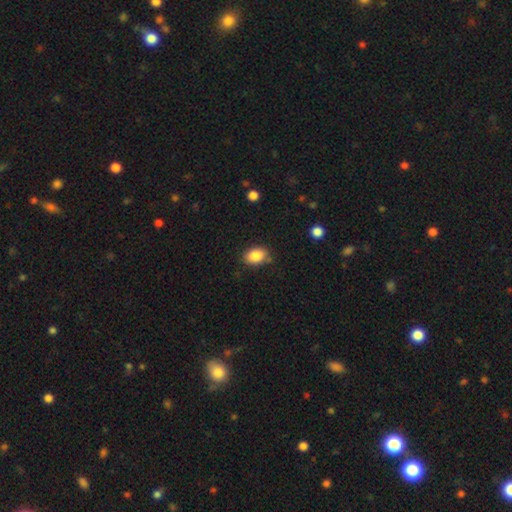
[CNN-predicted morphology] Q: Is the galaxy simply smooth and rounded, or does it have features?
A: smooth — 87%.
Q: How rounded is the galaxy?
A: in between — 80%.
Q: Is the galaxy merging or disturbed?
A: none — 81%.